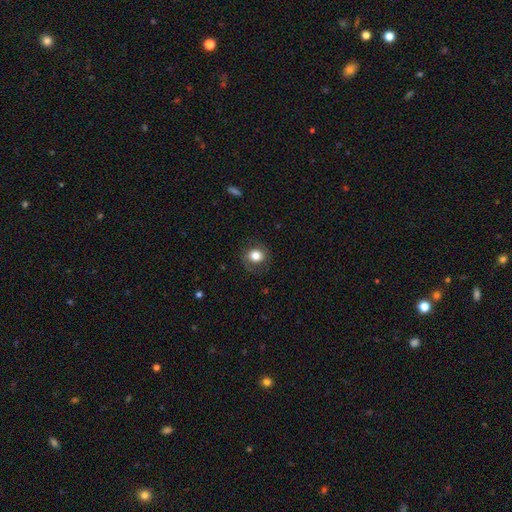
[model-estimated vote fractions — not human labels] The model was most divided on "how rounded": round: 74%, in between: 25%, cigar-shaped: 1%. More confident: merging — none (80%); smooth or featured — smooth (78%).